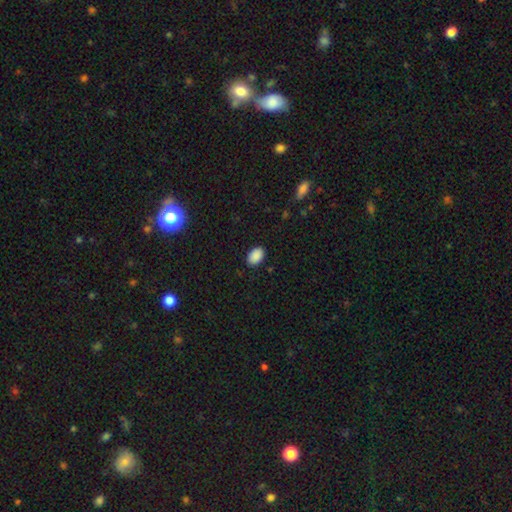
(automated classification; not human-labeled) Smooth or featured? Predicted: smooth (p=0.90). How rounded? Predicted: in between (p=0.88). Merging? Predicted: none (p=0.88).